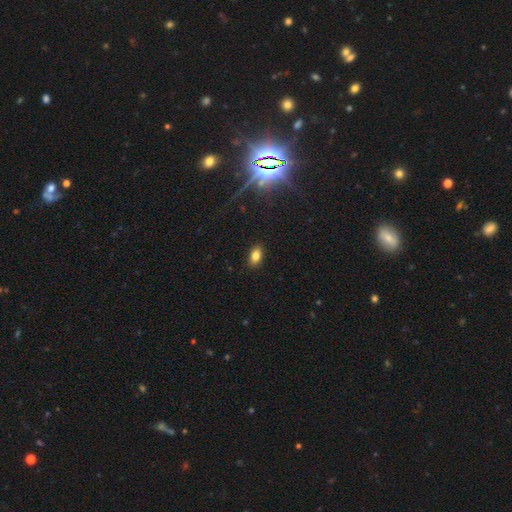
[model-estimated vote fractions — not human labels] Smooth or featured? Predicted: smooth (p=0.80). How rounded? Predicted: in between (p=0.89). Merging? Predicted: none (p=0.89).